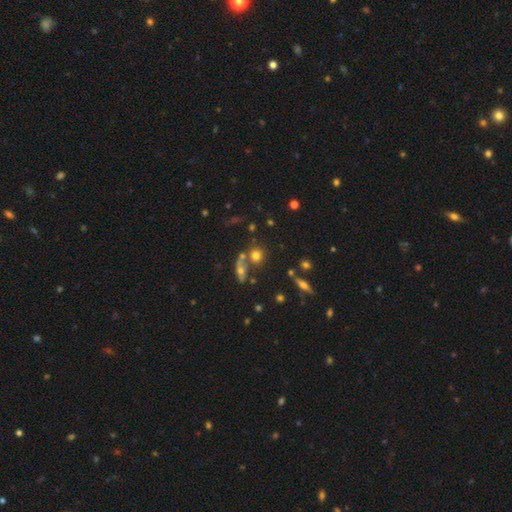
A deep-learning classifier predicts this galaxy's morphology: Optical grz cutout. It shows a smooth galaxy with no disk features (68%) that is round (82%). Merging: none (60%).